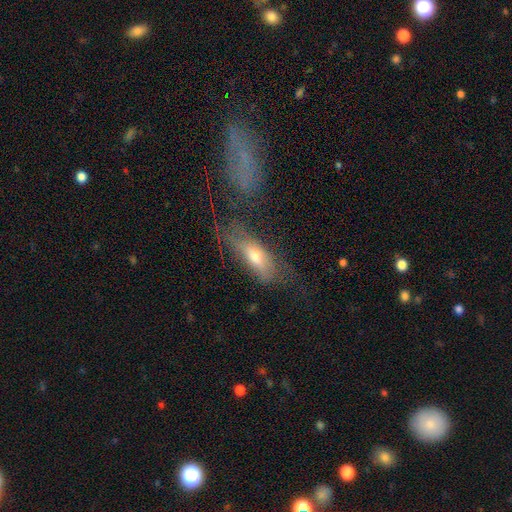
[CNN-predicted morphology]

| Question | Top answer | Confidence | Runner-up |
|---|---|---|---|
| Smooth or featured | smooth | 55% | featured or disk (36%) |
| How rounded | in between | 60% | cigar-shaped (36%) |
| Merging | none | 42% | major disturbance (27%) |